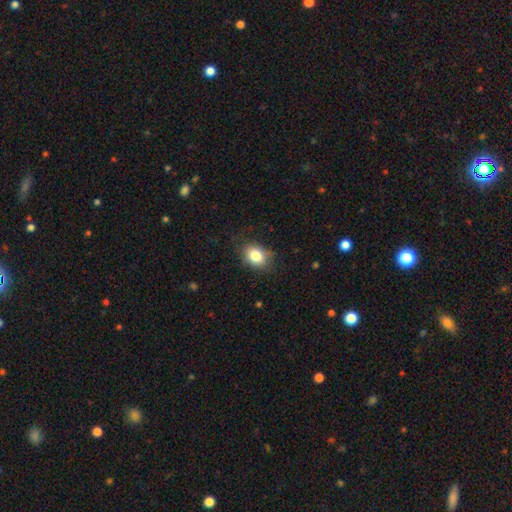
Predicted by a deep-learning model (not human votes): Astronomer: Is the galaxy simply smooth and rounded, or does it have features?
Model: smooth — 83%.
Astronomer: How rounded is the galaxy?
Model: in between — 63%.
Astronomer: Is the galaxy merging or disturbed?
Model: none — 78%.